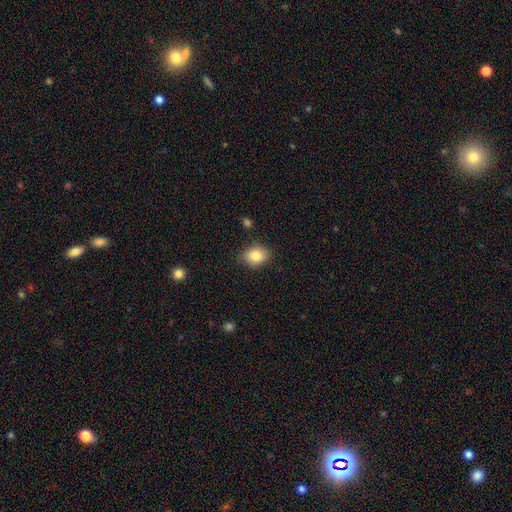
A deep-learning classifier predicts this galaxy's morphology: This is clearly a smooth galaxy (83%). How rounded: likely in between (62%). Merging: likely none (80%).